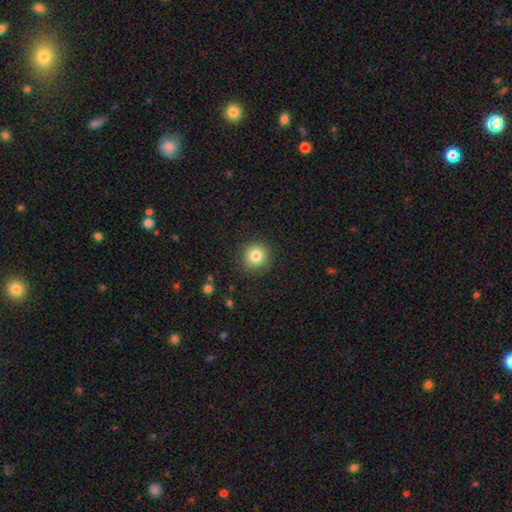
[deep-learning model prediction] The model was most divided on "smooth or featured": smooth: 83%, star or artifact: 11%, featured or disk: 7%. More confident: how rounded — round (93%); merging — none (90%).